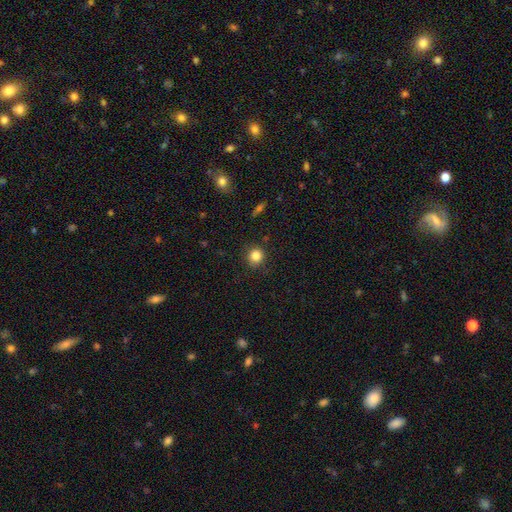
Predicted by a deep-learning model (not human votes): Smooth or featured? smooth (84%)
How rounded? round (91%)
Merging? none (88%)